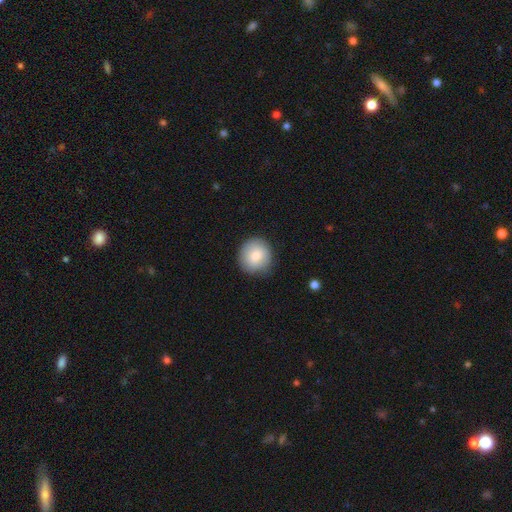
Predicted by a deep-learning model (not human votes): smooth 80%, featured or disk 12%, star or artifact 8%. Down the decision tree: how rounded — round (91%); merging — none (84%).